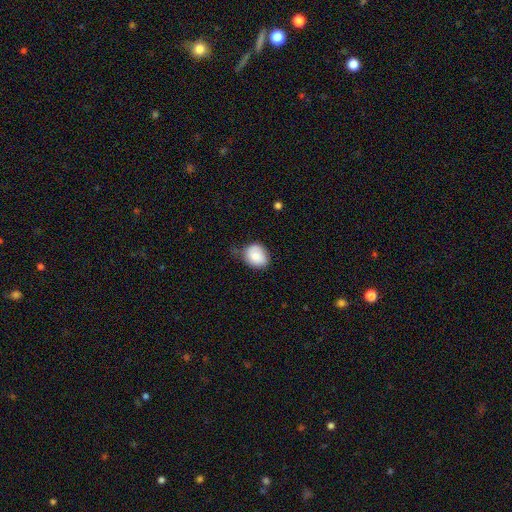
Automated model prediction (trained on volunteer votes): smooth 82%, featured or disk 10%, star or artifact 7%. Down the decision tree: how rounded — round (56%); merging — none (56%).